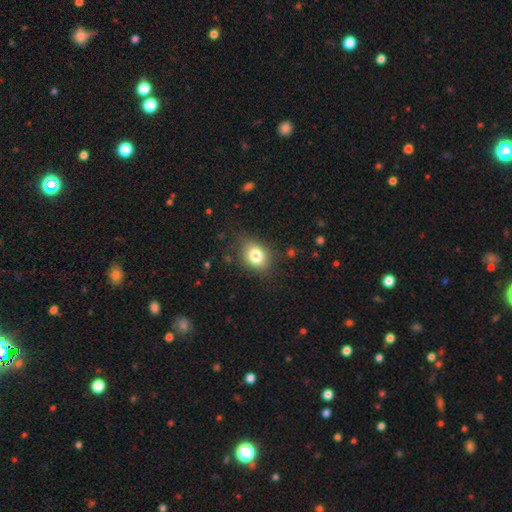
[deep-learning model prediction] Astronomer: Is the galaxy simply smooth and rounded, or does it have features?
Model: smooth — 79%.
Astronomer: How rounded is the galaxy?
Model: in between — 57% (runner-up: round, 42%).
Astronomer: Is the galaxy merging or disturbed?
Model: none — 75%.